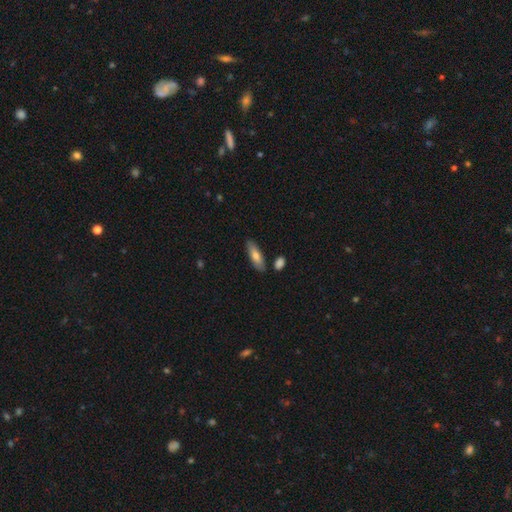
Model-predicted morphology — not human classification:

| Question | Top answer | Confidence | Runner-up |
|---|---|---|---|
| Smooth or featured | smooth | 71% | featured or disk (22%) |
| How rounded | in between | 56% | cigar-shaped (41%) |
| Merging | none | 82% | minor disturbance (11%) |